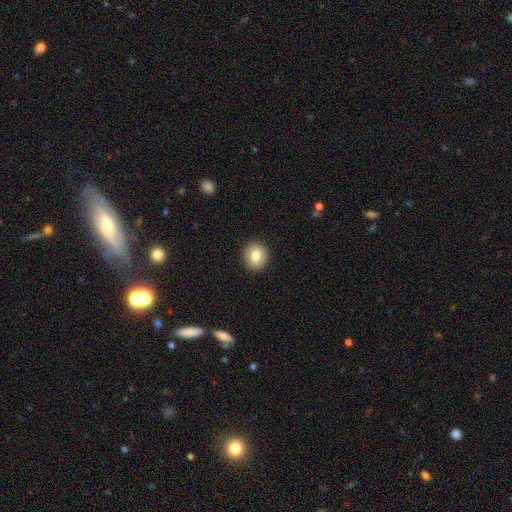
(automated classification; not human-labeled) This is likely a smooth galaxy (78%). How rounded: likely round (79%). Merging: clearly none (91%).